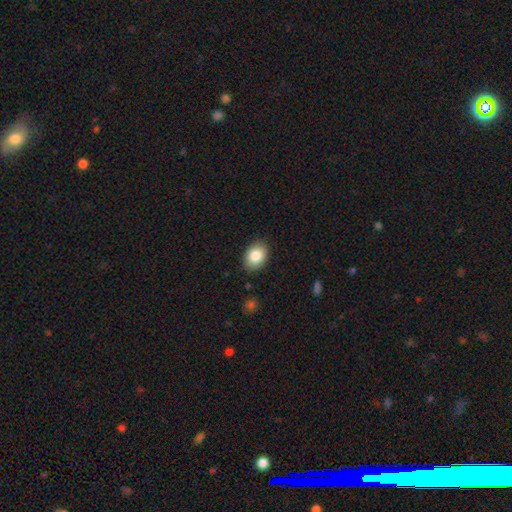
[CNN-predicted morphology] smooth-or-featured: smooth: 84% | featured or disk: 8% | star or artifact: 8%
  how-rounded: in between: 73% | round: 26% | cigar-shaped: 1%
  merging: none: 86% | minor disturbance: 10% | major disturbance: 2% | merger: 1%